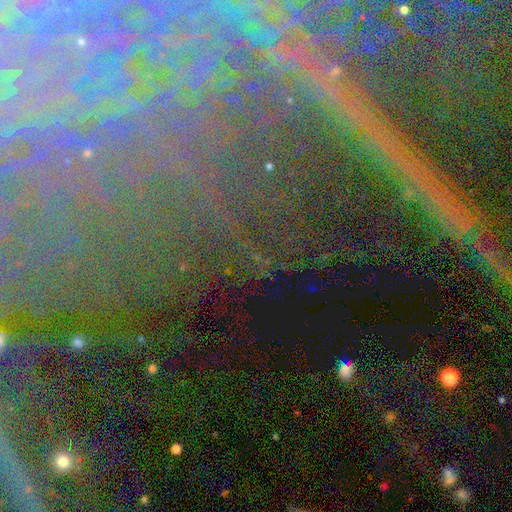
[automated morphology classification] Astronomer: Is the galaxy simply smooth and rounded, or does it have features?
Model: star or artifact — 73%.